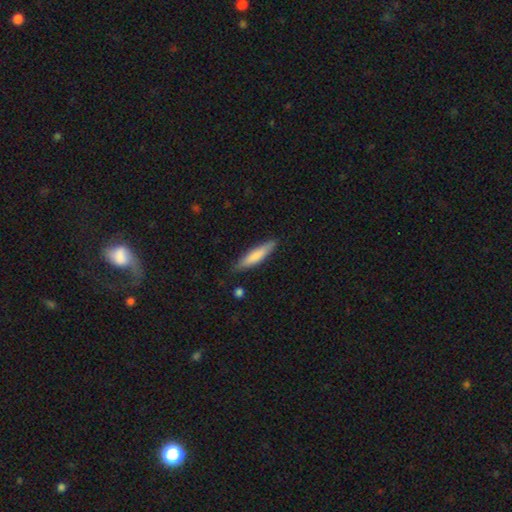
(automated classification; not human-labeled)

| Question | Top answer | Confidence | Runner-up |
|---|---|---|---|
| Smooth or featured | smooth | 76% | featured or disk (18%) |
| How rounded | cigar-shaped | 81% | in between (17%) |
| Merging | none | 84% | minor disturbance (12%) |